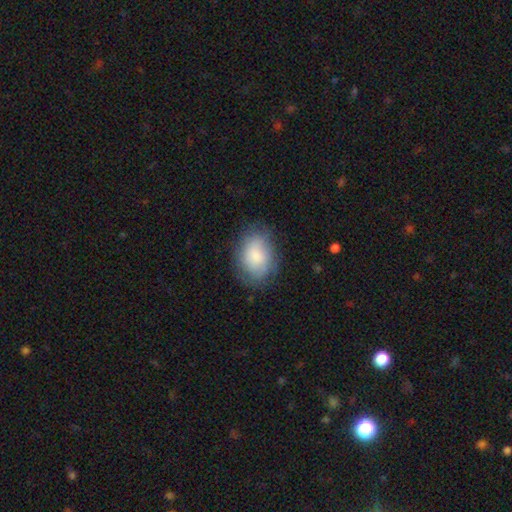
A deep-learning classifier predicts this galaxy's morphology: smooth 81%, featured or disk 12%, star or artifact 7%. Down the decision tree: how rounded — in between (76%); merging — none (73%).